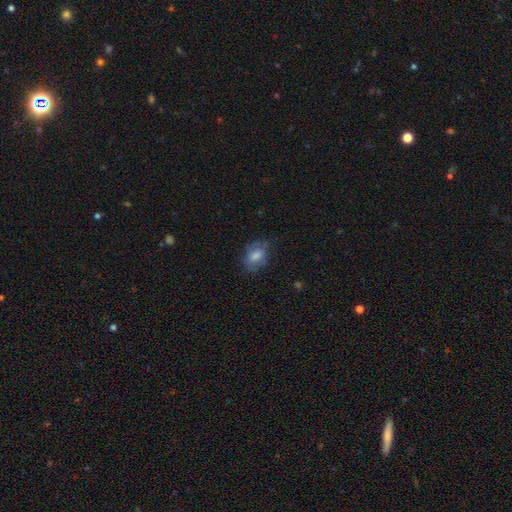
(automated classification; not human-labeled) The model was most divided on "merging": none: 64%, minor disturbance: 24%, major disturbance: 11%, merger: 1%. More confident: how rounded — in between (77%); smooth or featured — smooth (74%).